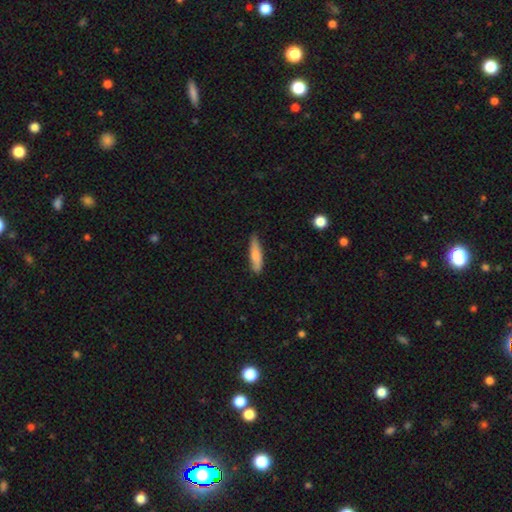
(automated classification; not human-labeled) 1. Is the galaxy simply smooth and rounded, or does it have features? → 78% smooth, 17% featured or disk, 6% star or artifact.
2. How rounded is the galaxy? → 75% cigar-shaped, 23% in between, 2% round.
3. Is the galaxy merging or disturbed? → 79% none, 17% minor disturbance, 3% major disturbance, 1% merger.